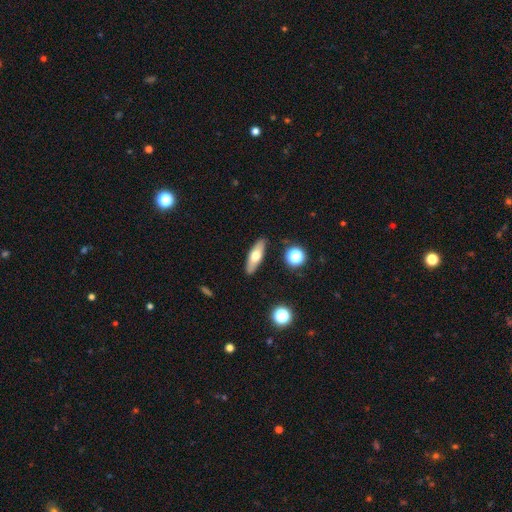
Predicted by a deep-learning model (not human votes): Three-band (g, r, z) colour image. It shows a smooth galaxy with no disk features (58%) that is in between round and cigar-shaped (49%). Merging: none (88%).